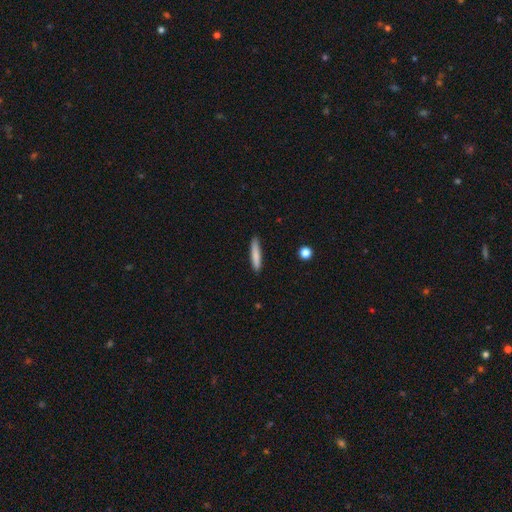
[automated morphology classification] This is clearly a smooth galaxy (81%). How rounded: clearly cigar-shaped (91%). Merging: clearly none (88%).